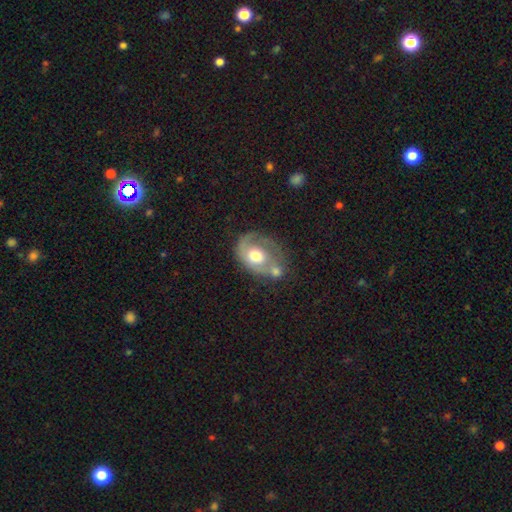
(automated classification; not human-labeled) Morphology: type=featured or disk (51%); edge-on=no (96%); merging=merger (35%).